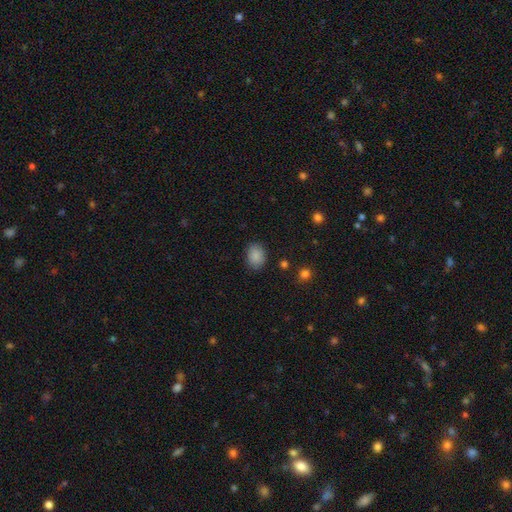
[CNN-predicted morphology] Smooth or featured: smooth — 88% (star or artifact — 9%)
How rounded: in between — 60% (round — 39%)
Merging: none — 83% (minor disturbance — 12%)